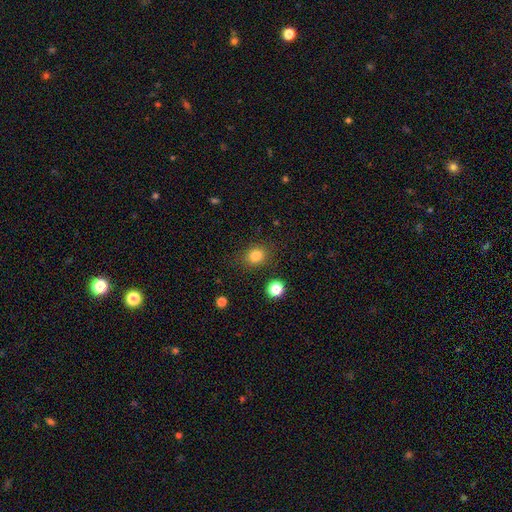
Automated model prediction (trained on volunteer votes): Smooth or featured?
  - smooth: 82% *
  - star or artifact: 12%
  - featured or disk: 6%
How rounded?
  - round: 62% *
  - in between: 37%
  - cigar-shaped: 1%
Merging?
  - none: 84% *
  - minor disturbance: 10%
  - major disturbance: 4%
  - merger: 3%